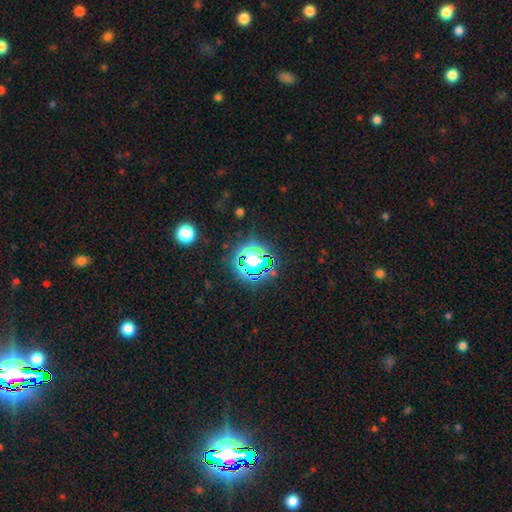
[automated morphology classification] star or artifact 80%, smooth 13%, featured or disk 7%.